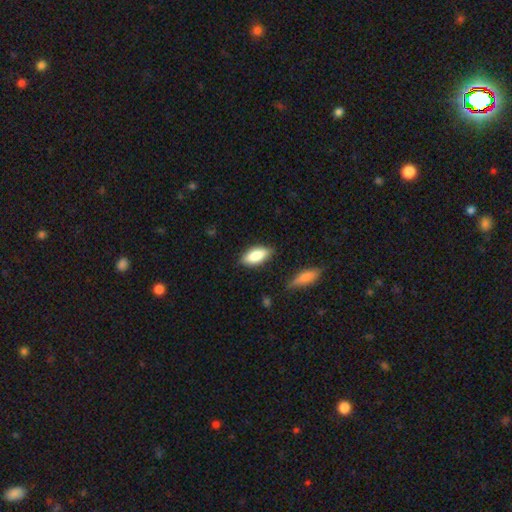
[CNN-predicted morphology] Smooth or featured? smooth (79%)
How rounded? in between (84%)
Merging? none (79%)